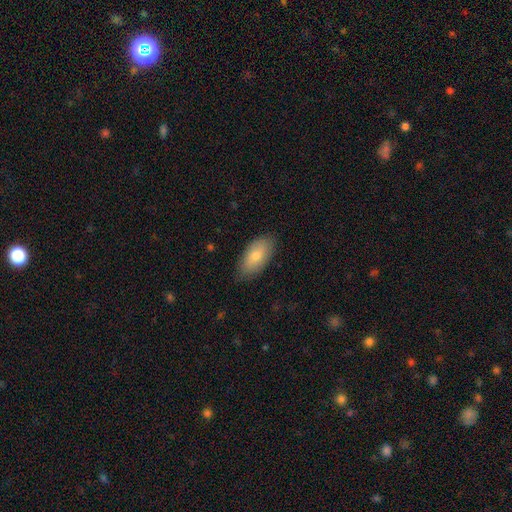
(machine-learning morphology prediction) Overall: smooth (75%). How rounded: in between (91%). Merging: none (82%).